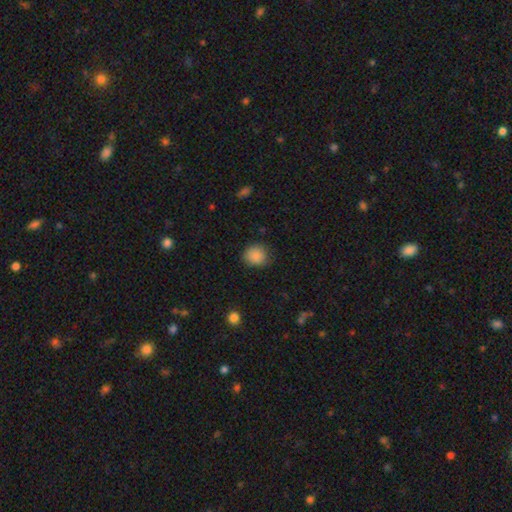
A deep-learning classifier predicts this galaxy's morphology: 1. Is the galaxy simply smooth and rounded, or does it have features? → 87% smooth, 9% star or artifact, 4% featured or disk.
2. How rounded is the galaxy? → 78% round, 21% in between, 1% cigar-shaped.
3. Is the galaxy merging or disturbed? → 82% none, 14% minor disturbance, 3% major disturbance, 1% merger.